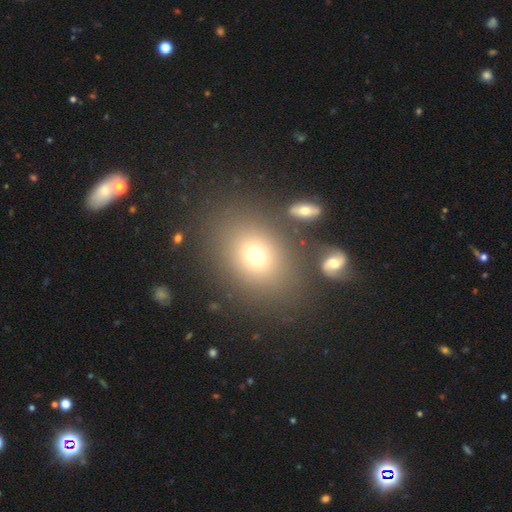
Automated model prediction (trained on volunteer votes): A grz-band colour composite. It shows a smooth galaxy with no disk features (71%) that is in between round and cigar-shaped (53%). Merging: none (77%).